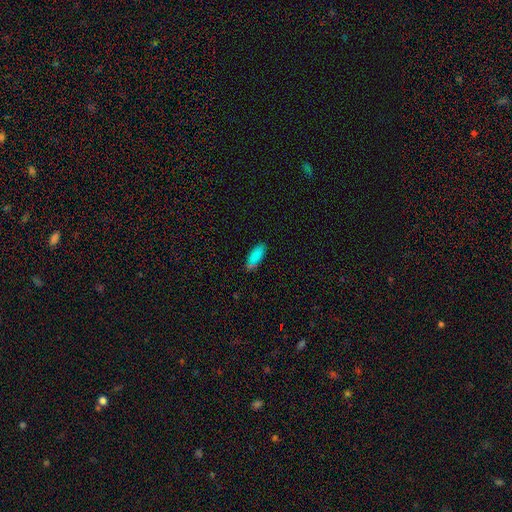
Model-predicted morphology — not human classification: Smooth or featured? Predicted: smooth (p=0.85). How rounded? Predicted: in between (p=0.74). Merging? Predicted: none (p=0.73).